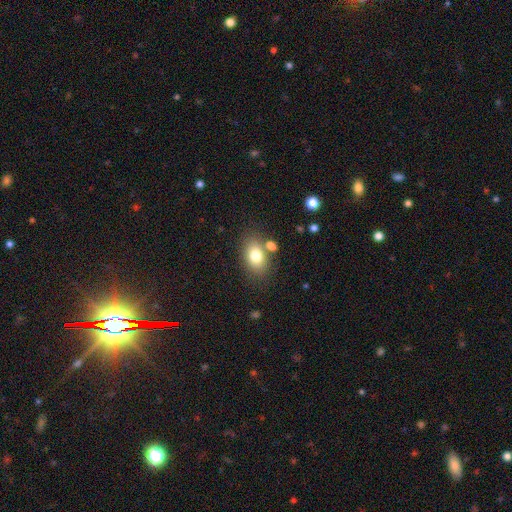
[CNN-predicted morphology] A smooth galaxy with no disk features (77%) that is in between round and cigar-shaped (82%).

Vote fractions:
- Smooth or featured? smooth: 77% / featured or disk: 13% / star or artifact: 10%
- How rounded? in between: 82% / round: 17% / cigar-shaped: 2%
- Merging? none: 72% / minor disturbance: 13% / merger: 11% / major disturbance: 4%